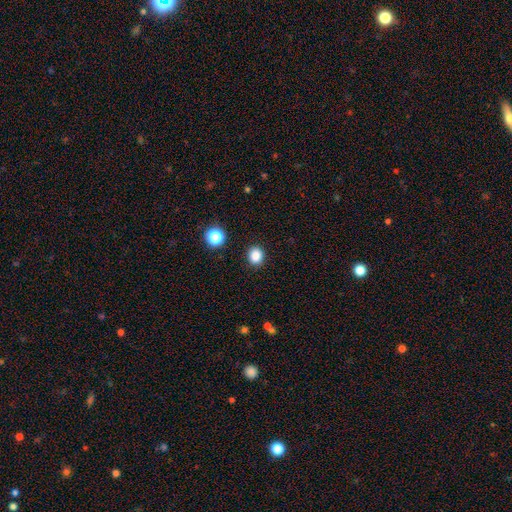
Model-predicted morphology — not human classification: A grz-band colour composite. It shows a smooth galaxy with no disk features (85%) that is round (69%). Merging: none (89%).